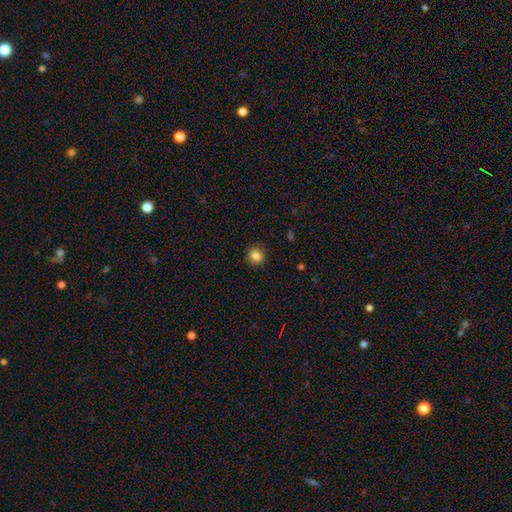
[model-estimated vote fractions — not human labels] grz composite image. It shows a smooth galaxy with no disk features (85%) that is round (91%). Merging: none (91%).